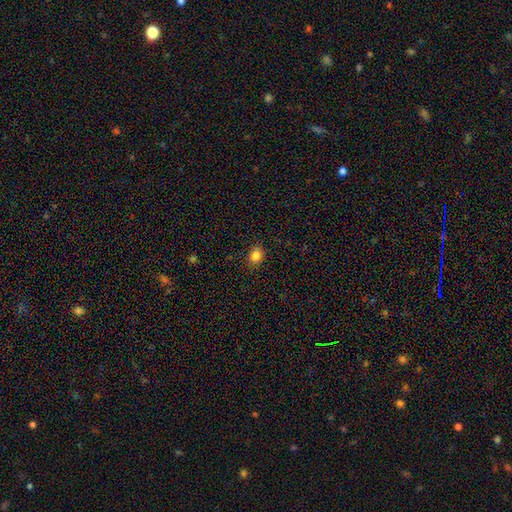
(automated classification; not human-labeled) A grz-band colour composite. It shows a smooth galaxy with no disk features (84%) that is round (55%). Merging: none (87%).